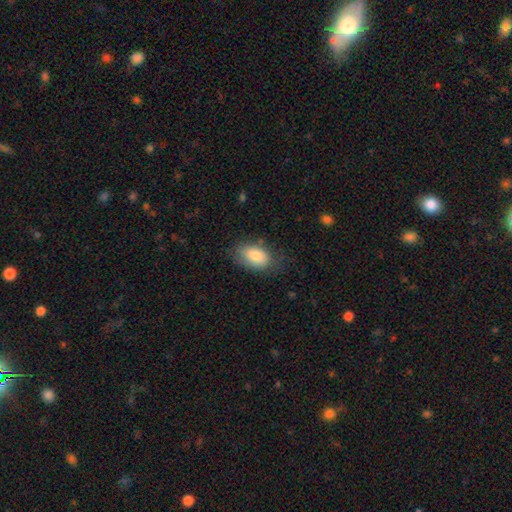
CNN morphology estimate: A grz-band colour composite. It shows a smooth galaxy with no disk features (83%) that is in between round and cigar-shaped (91%). Merging: none (69%).